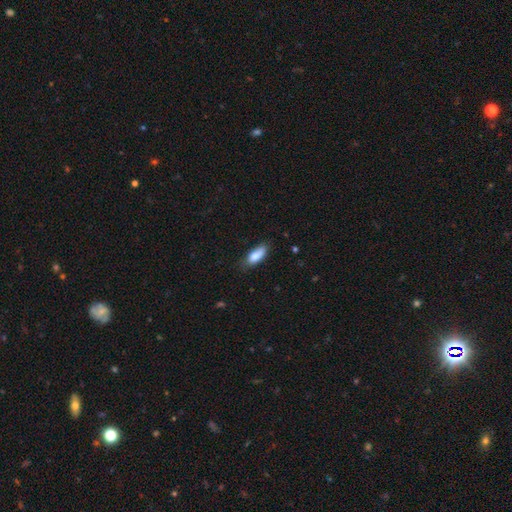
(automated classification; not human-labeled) A smooth galaxy with no disk features (81%) that is in between round and cigar-shaped (76%).

Vote fractions:
- Smooth or featured? smooth: 81% / featured or disk: 12% / star or artifact: 7%
- How rounded? in between: 76% / cigar-shaped: 22% / round: 2%
- Merging? none: 65% / minor disturbance: 28% / major disturbance: 6% / merger: 2%